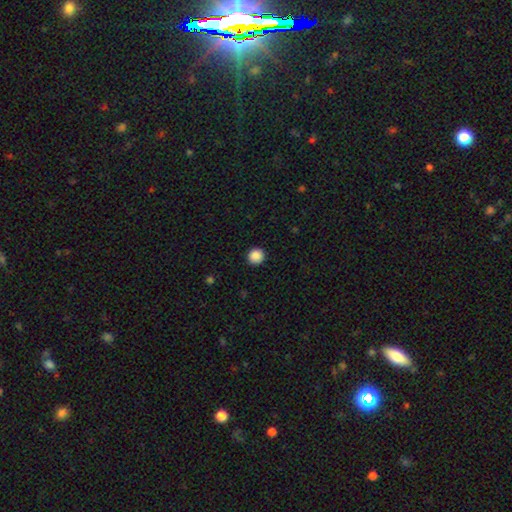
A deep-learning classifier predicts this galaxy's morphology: smooth 88%, star or artifact 9%, featured or disk 2%. Down the decision tree: how rounded — round (94%); merging — none (93%).